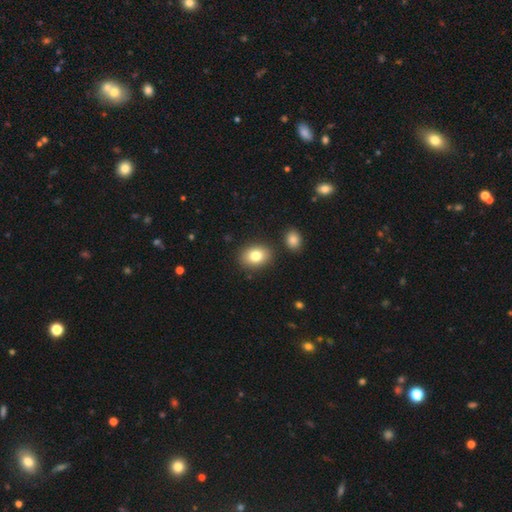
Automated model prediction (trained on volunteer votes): A smooth galaxy with no disk features (81%) that is in between round and cigar-shaped (68%).

Vote fractions:
- Smooth or featured? smooth: 81% / featured or disk: 10% / star or artifact: 9%
- How rounded? in between: 68% / round: 31% / cigar-shaped: 1%
- Merging? none: 85% / minor disturbance: 8% / merger: 5% / major disturbance: 2%